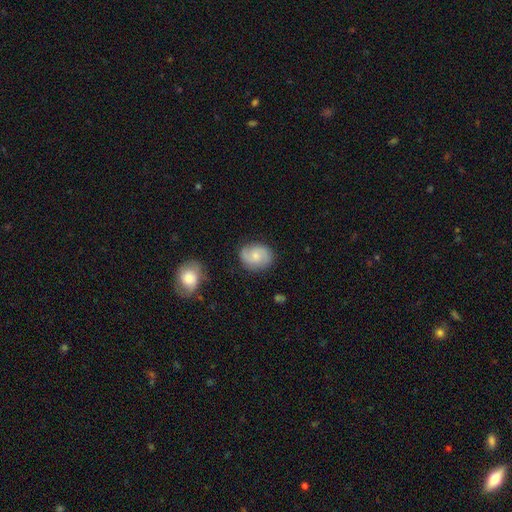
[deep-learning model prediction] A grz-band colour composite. It shows a featured or disk galaxy (49%). Merging: none (78%).